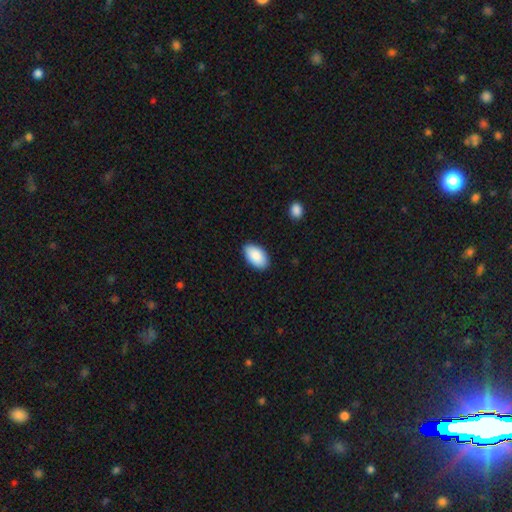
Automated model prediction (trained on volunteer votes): Overall: smooth (90%). How rounded: in between (96%). Merging: none (87%).